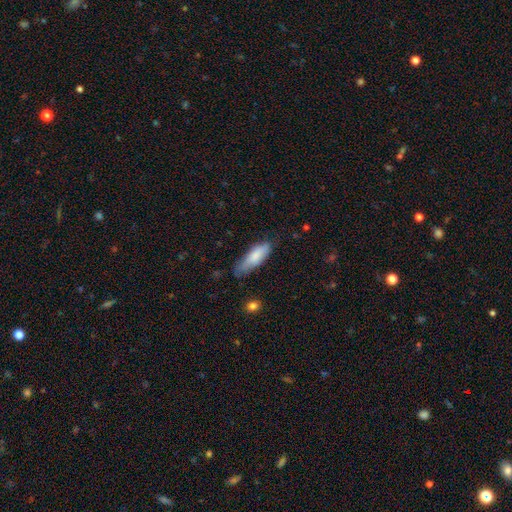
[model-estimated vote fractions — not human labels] smooth_or_featured: smooth (p=0.81) [alt: featured or disk p=0.13]
how_rounded: in between (p=0.57) [alt: cigar-shaped p=0.41]
merging: none (p=0.55) [alt: minor disturbance p=0.34]